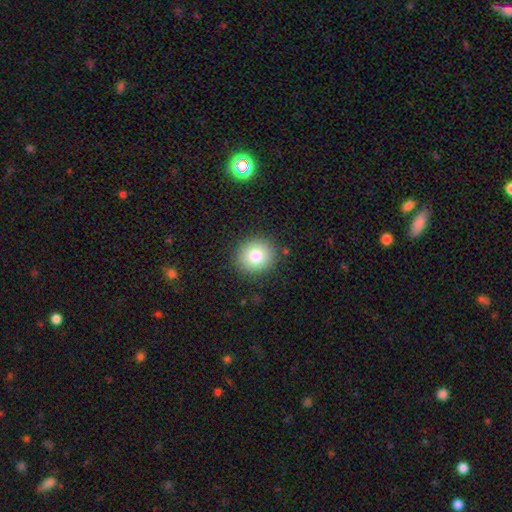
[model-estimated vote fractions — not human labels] Smooth or featured? smooth (80%)
How rounded? round (86%)
Merging? none (88%)